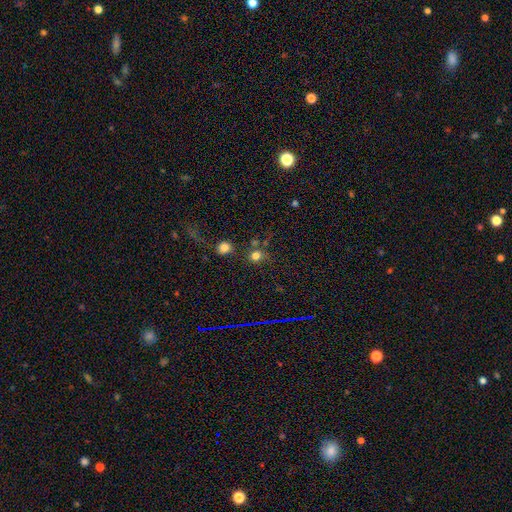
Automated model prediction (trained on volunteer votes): A smooth galaxy with no disk features (76%) that is round (84%).

Vote fractions:
- Smooth or featured? smooth: 76% / star or artifact: 17% / featured or disk: 7%
- How rounded? round: 84% / in between: 15% / cigar-shaped: 1%
- Merging? none: 66% / merger: 16% / minor disturbance: 12% / major disturbance: 7%